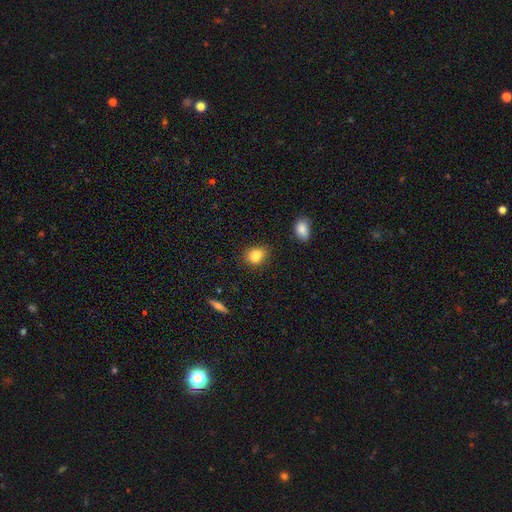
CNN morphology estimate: This appears to be a smooth galaxy with no disk features (80%) that is in between round and cigar-shaped (52%). Merging: none (61%).